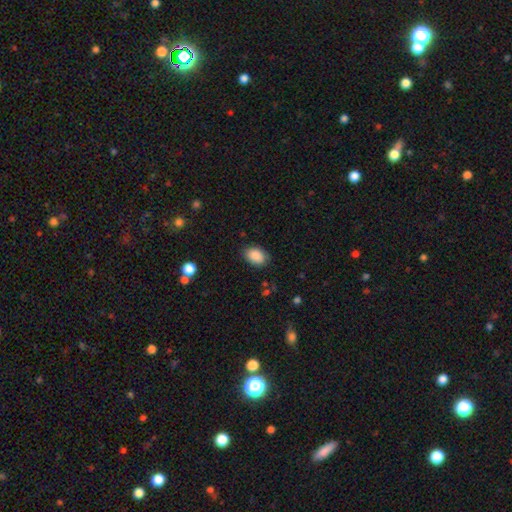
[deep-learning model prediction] A smooth galaxy with no disk features (88%) that is in between round and cigar-shaped (84%). Merging: none (83%).